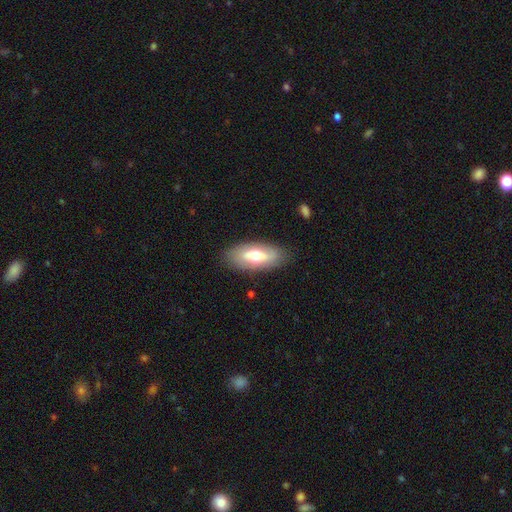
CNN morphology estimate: smooth 56%, featured or disk 38%, star or artifact 6%. Down the decision tree: how rounded — in between (86%); merging — none (84%).